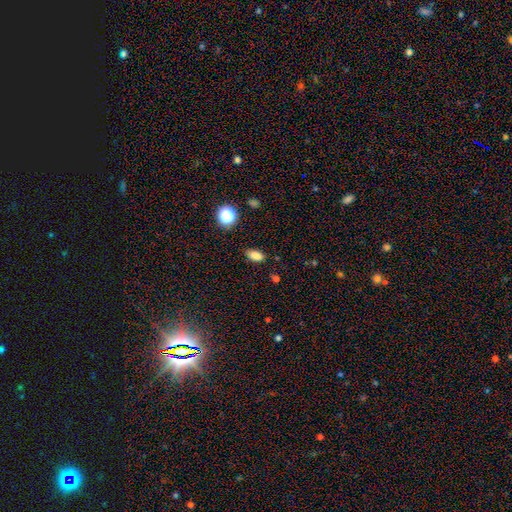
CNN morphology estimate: smooth 82%, star or artifact 13%, featured or disk 5%. Down the decision tree: how rounded — in between (86%); merging — none (83%).